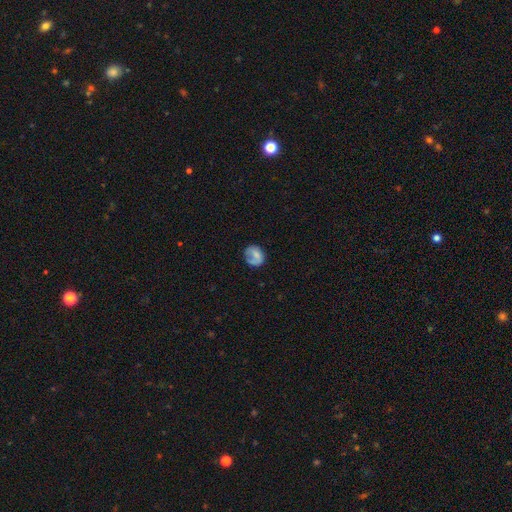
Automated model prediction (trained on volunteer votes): smooth 66%, featured or disk 26%, star or artifact 8%. Down the decision tree: how rounded — round (62%); merging — none (52%).